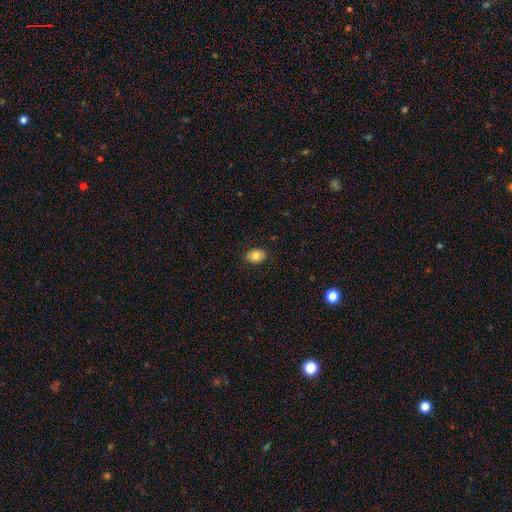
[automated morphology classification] This appears to be a smooth galaxy with no disk features (80%) that is in between round and cigar-shaped (63%). Merging: none (87%).